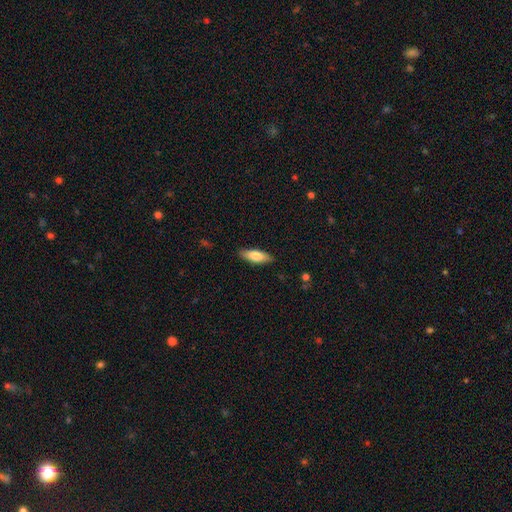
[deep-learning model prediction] Smooth or featured? smooth (76%)
How rounded? in between (62%)
Merging? none (87%)